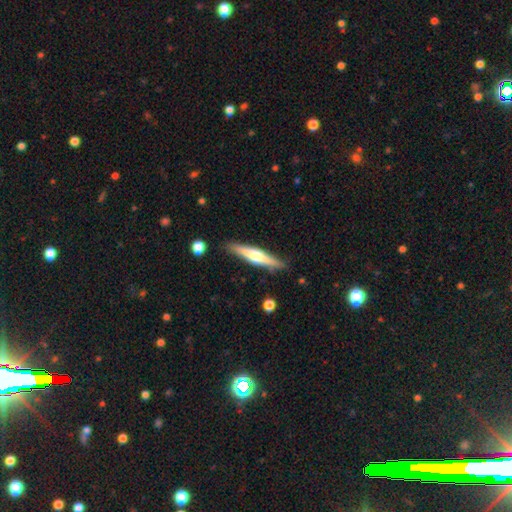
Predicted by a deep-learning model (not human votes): This is possibly a featured or disk galaxy (57%). It is clearly viewed edge-on (96%). Edge-on bulge: clearly rounded (87%). Merging: clearly none (87%).